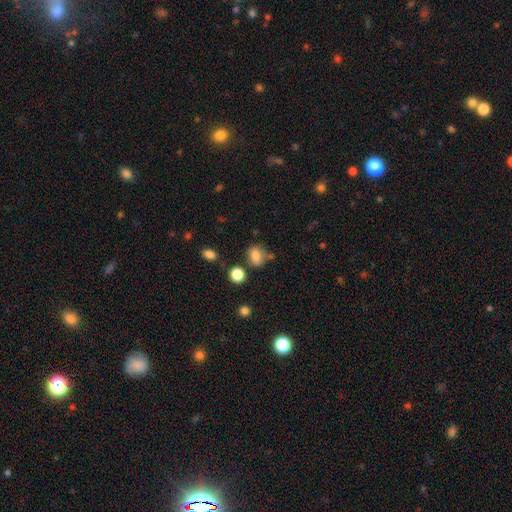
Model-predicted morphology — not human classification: smooth_or_featured: smooth (p=0.77) [alt: star or artifact p=0.12]
how_rounded: in between (p=0.64) [alt: round p=0.33]
merging: none (p=0.59) [alt: minor disturbance p=0.23]